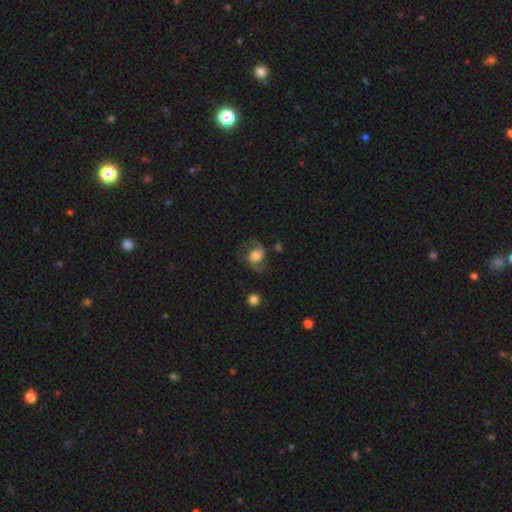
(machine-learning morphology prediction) This appears to be a featured or disk galaxy (51%). Merging: none (60%).